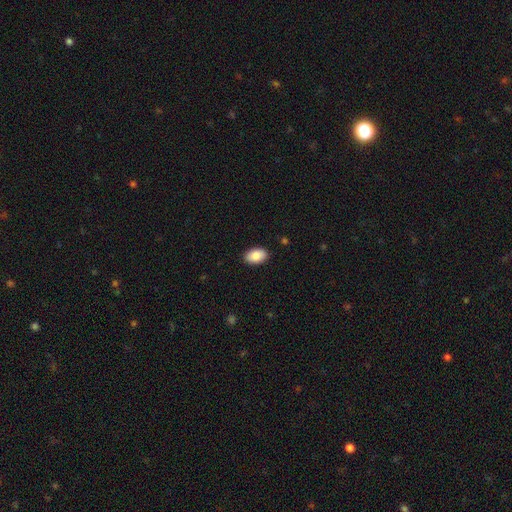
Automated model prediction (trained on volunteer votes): Q: Smooth or featured?
A: smooth (87%); runner-up: star or artifact (7%)
Q: How rounded?
A: in between (92%); runner-up: round (6%)
Q: Merging?
A: none (90%); runner-up: minor disturbance (8%)